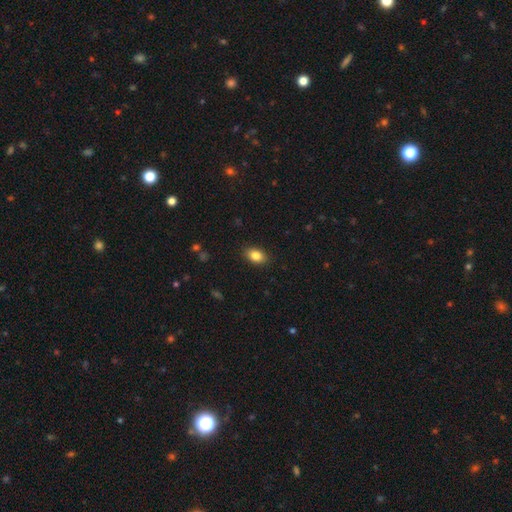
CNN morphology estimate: Smooth or featured? Predicted: smooth (p=0.85). How rounded? Predicted: in between (p=0.85). Merging? Predicted: none (p=0.88).